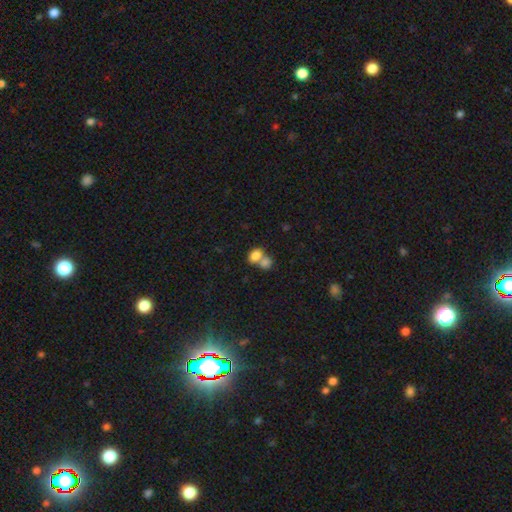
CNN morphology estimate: A smooth galaxy with no disk features (81%) that is in between round and cigar-shaped (71%). Merging: merger (62%).